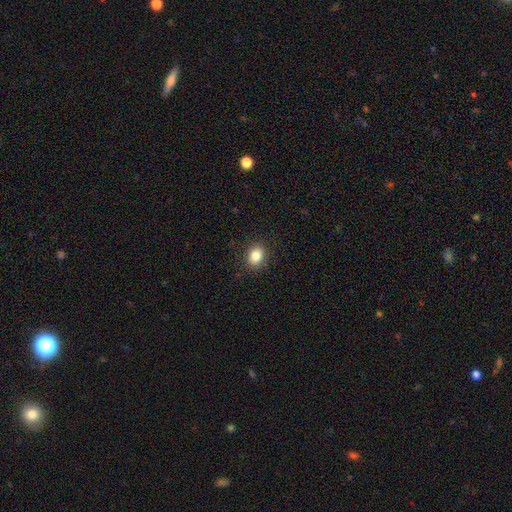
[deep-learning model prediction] The model was most divided on "how rounded": round: 51%, in between: 49%, cigar-shaped: 1%. More confident: merging — none (89%); smooth or featured — smooth (84%).